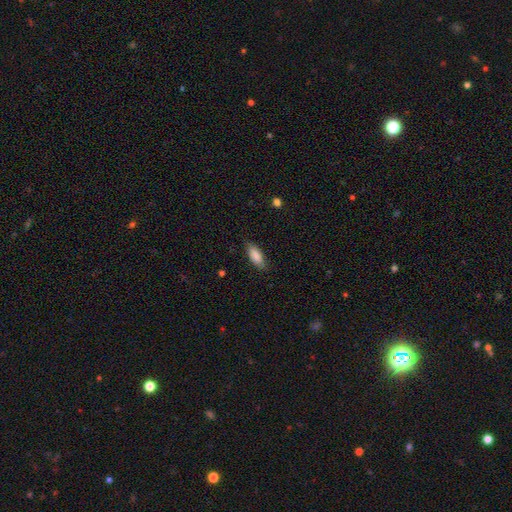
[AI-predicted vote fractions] Morphology: type=smooth (86%); roundness=in between (84%); merging=none (79%).